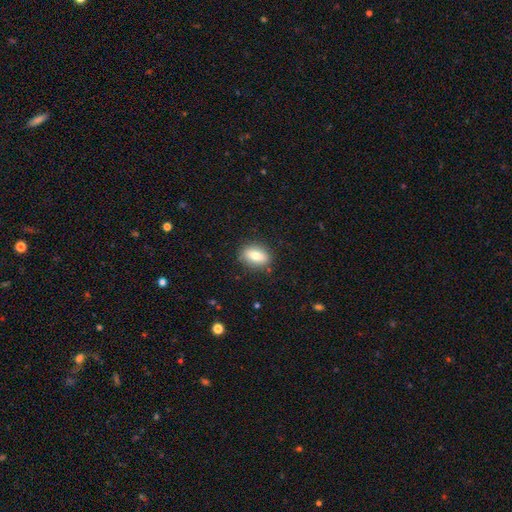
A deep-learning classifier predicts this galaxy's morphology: smooth_or_featured: smooth (p=0.74) [alt: featured or disk p=0.18]
how_rounded: in between (p=0.76) [alt: round p=0.19]
merging: none (p=0.85) [alt: minor disturbance p=0.11]